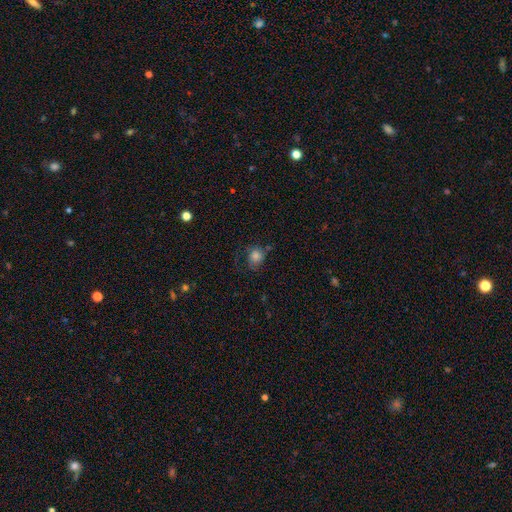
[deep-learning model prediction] smooth-or-featured: smooth: 74% | featured or disk: 15% | star or artifact: 11%
  how-rounded: round: 70% | in between: 29% | cigar-shaped: 1%
  merging: none: 50% | minor disturbance: 25% | major disturbance: 21% | merger: 4%